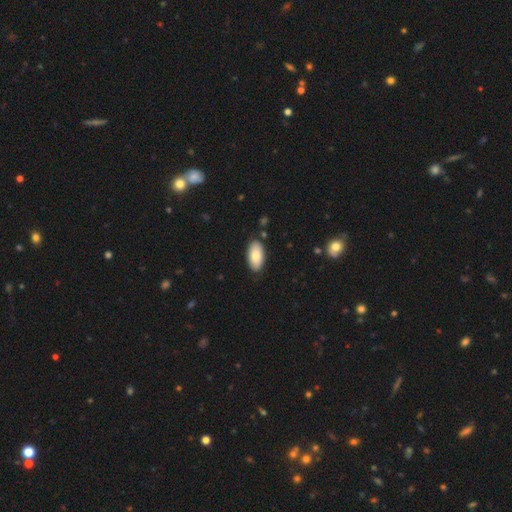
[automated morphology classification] Q: Smooth or featured?
A: smooth (82%); runner-up: featured or disk (12%)
Q: How rounded?
A: in between (95%); runner-up: cigar-shaped (3%)
Q: Merging?
A: none (86%); runner-up: minor disturbance (11%)